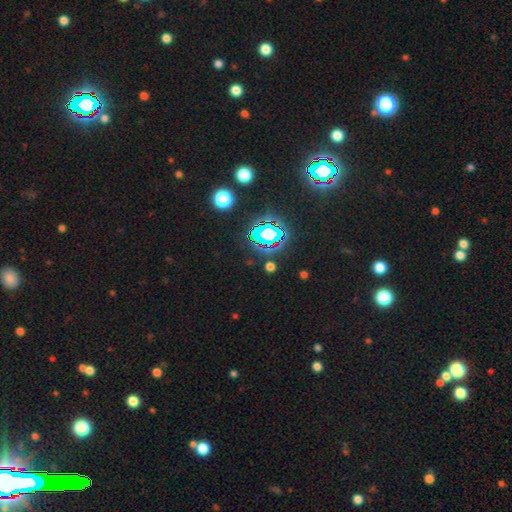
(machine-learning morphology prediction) smooth_or_featured: star or artifact (p=0.79) [alt: smooth p=0.14]